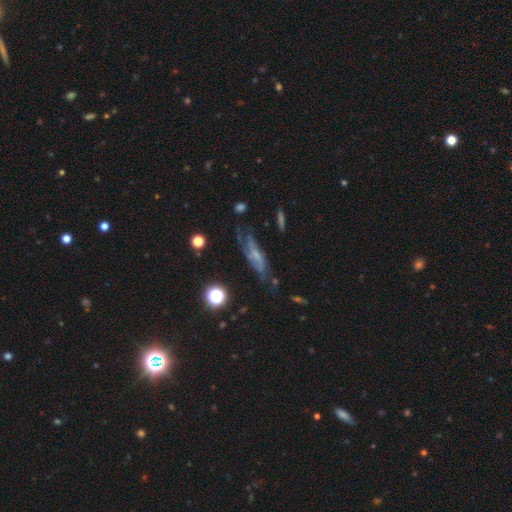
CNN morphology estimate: Q: Smooth or featured?
A: featured or disk (62%); runner-up: smooth (24%)
Q: Edge-on disk?
A: no (77%); runner-up: yes (23%)
Q: Merging?
A: none (55%); runner-up: minor disturbance (25%)